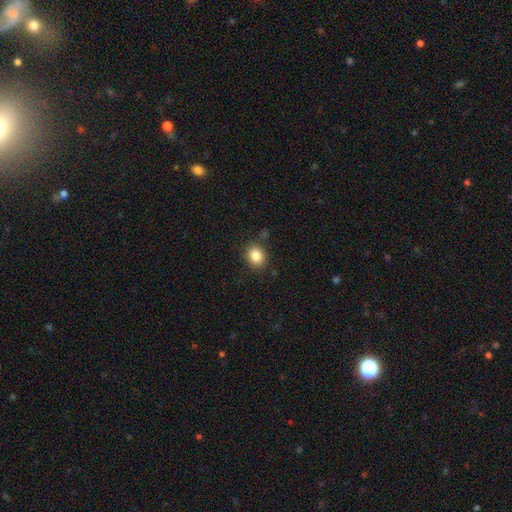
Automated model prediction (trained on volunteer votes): Smooth or featured: smooth — 84% (star or artifact — 10%)
How rounded: round — 62% (in between — 37%)
Merging: none — 85% (minor disturbance — 10%)